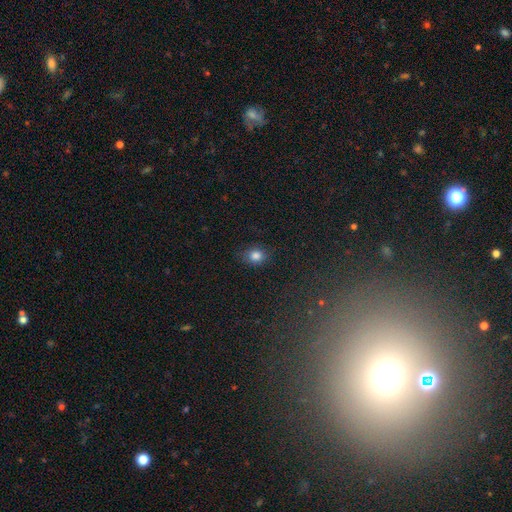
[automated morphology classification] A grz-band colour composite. It shows a smooth galaxy with no disk features (82%) that is round (58%). Merging: none (78%).